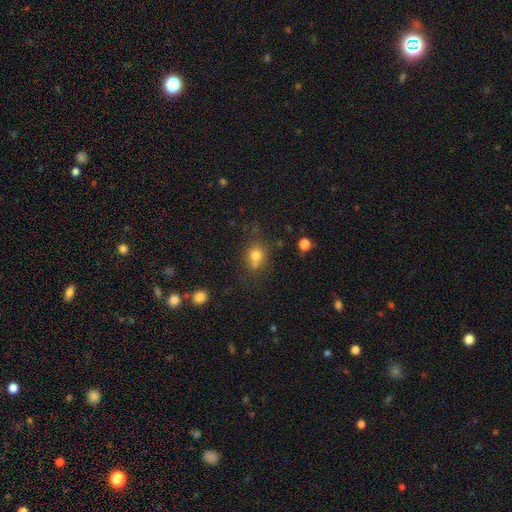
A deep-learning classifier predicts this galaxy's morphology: This is likely a smooth galaxy (75%). How rounded: likely round (71%). Merging: possibly none (55%).